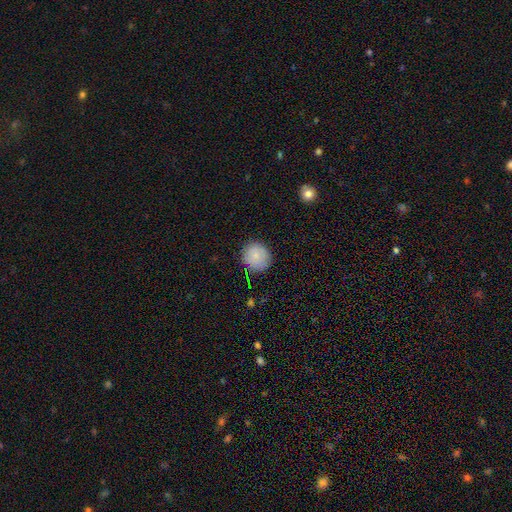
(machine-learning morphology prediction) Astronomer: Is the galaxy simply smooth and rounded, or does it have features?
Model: smooth — 84%.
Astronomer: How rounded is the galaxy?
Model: round — 89%.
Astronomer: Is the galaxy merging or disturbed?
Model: none — 86%.